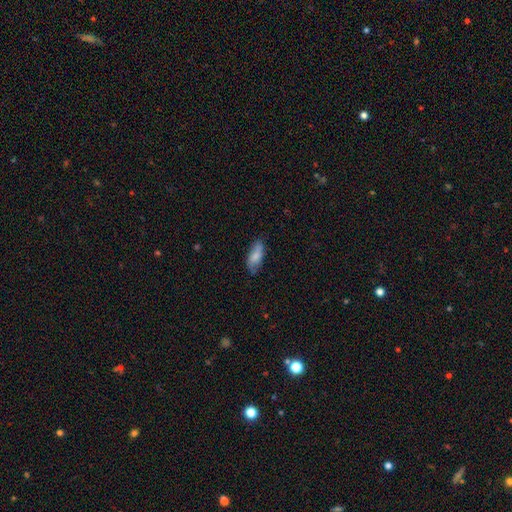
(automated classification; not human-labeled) This is likely a smooth galaxy (78%). How rounded: likely in between (78%). Merging: likely none (72%).